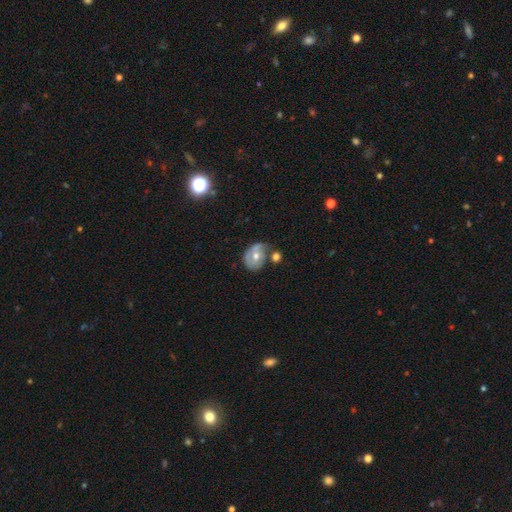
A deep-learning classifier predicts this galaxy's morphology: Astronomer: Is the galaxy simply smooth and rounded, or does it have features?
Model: featured or disk — 51% (runner-up: smooth, 41%).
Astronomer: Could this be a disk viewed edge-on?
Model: no — 96%.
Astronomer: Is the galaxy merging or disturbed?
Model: none — 41% (runner-up: minor disturbance, 26%).